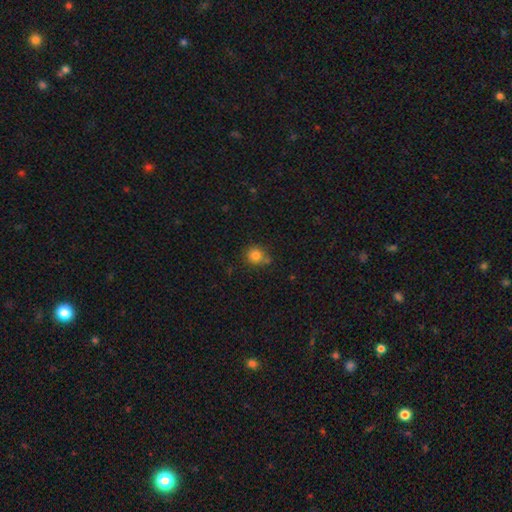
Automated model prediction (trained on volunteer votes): Smooth or featured: smooth — 82% (star or artifact — 12%)
How rounded: round — 86% (in between — 13%)
Merging: none — 64% (minor disturbance — 17%)